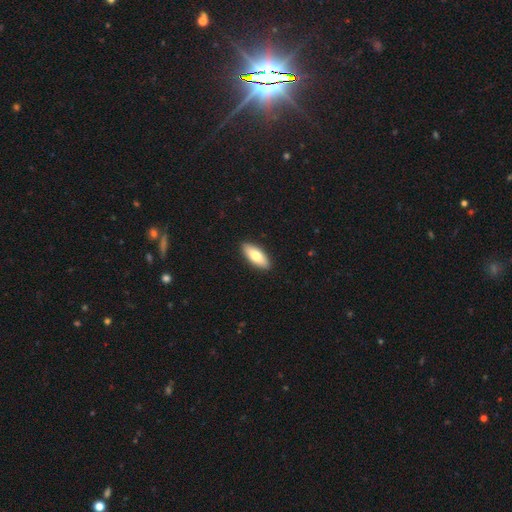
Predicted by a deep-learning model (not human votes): smooth-or-featured: smooth: 77% | featured or disk: 18% | star or artifact: 5%
  how-rounded: in between: 76% | cigar-shaped: 21% | round: 2%
  merging: none: 91% | minor disturbance: 7% | major disturbance: 1% | merger: 1%